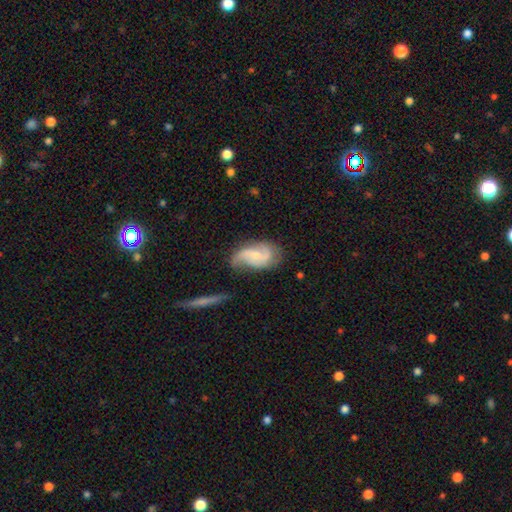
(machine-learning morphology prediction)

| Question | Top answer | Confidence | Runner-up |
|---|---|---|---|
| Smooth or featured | featured or disk | 74% | smooth (20%) |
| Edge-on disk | no | 96% | yes (4%) |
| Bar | no | 51% | weak (40%) |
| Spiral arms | yes | 94% | no (6%) |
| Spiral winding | medium | 44% | loose (37%) |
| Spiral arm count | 2 | 78% | can't tell (8%) |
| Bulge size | small | 54% | moderate (39%) |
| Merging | none | 56% | minor disturbance (27%) |